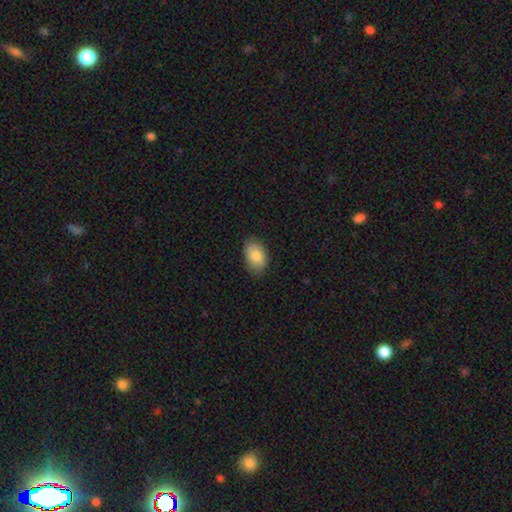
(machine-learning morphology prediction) This appears to be a smooth galaxy with no disk features (82%) that is in between round and cigar-shaped (90%). Merging: none (81%).